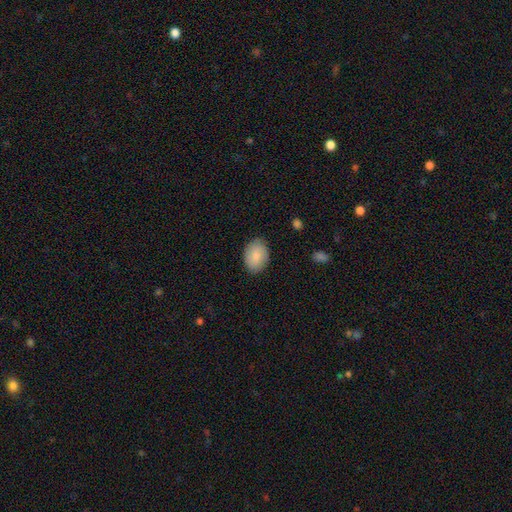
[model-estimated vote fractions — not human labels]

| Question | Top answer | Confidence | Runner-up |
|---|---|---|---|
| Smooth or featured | smooth | 85% | featured or disk (9%) |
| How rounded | in between | 80% | round (19%) |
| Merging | none | 83% | minor disturbance (13%) |